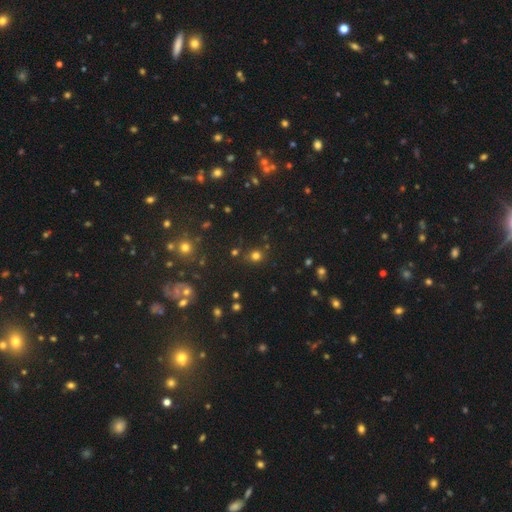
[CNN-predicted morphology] Smooth or featured?
  - smooth: 69% *
  - star or artifact: 25%
  - featured or disk: 6%
How rounded?
  - round: 88% *
  - in between: 11%
  - cigar-shaped: 1%
Merging?
  - none: 82% *
  - minor disturbance: 9%
  - merger: 5%
  - major disturbance: 3%